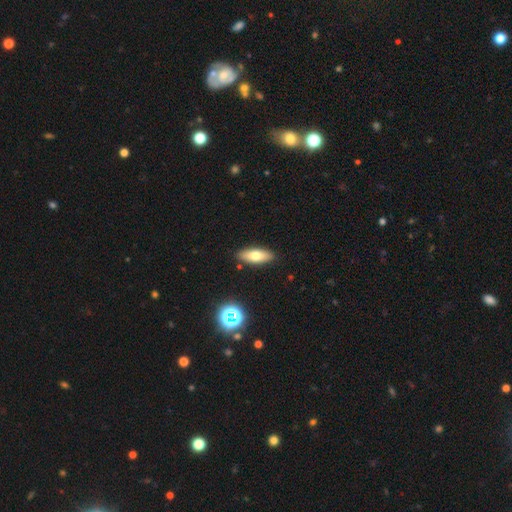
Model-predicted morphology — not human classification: Smooth or featured?
  - smooth: 68% *
  - featured or disk: 23%
  - star or artifact: 9%
How rounded?
  - in between: 69% *
  - cigar-shaped: 28%
  - round: 3%
Merging?
  - none: 88% *
  - minor disturbance: 8%
  - major disturbance: 2%
  - merger: 2%